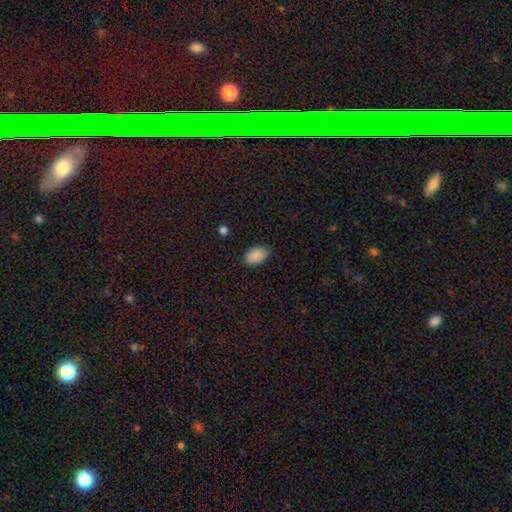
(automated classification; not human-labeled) smooth_or_featured: smooth (p=0.89) [alt: star or artifact p=0.08]
how_rounded: in between (p=0.89) [alt: round p=0.09]
merging: none (p=0.84) [alt: minor disturbance p=0.12]